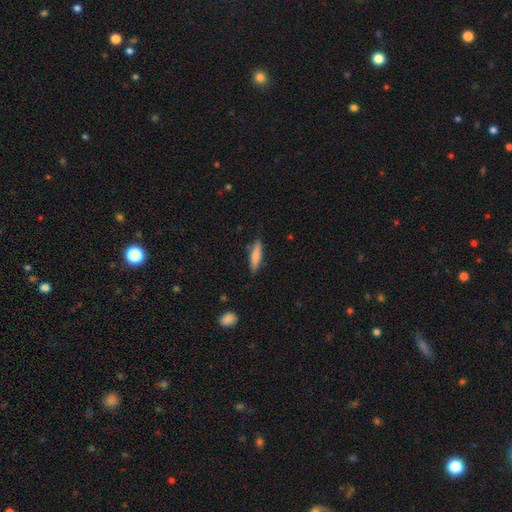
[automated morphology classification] This appears to be a smooth galaxy with no disk features (76%) that is cigar-shaped (80%). Merging: none (84%).